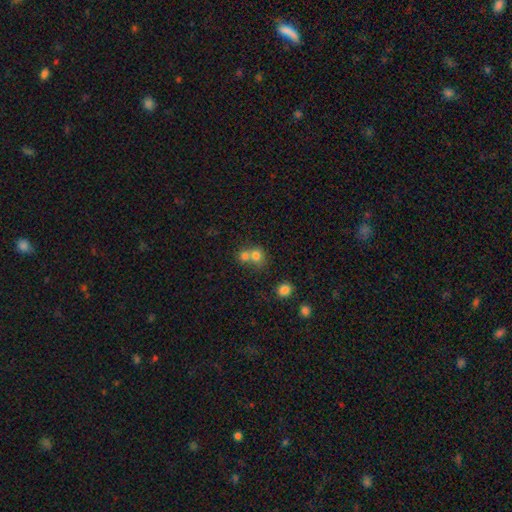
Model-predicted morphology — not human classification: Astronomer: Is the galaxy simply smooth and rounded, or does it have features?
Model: smooth — 76%.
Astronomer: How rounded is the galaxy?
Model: round — 76%.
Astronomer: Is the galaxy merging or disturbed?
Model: merger — 57% (runner-up: none, 34%).